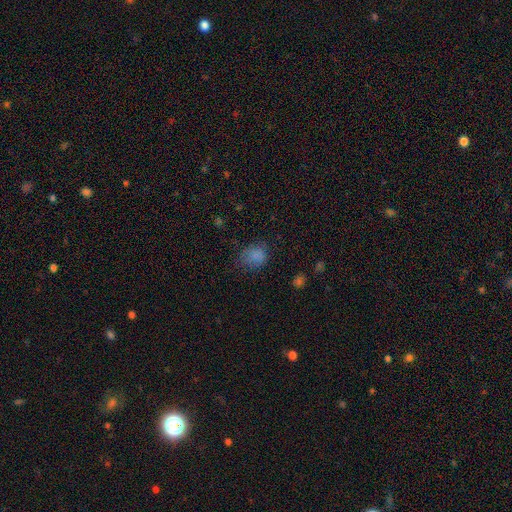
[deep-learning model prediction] The model was most divided on "how rounded": round: 59%, in between: 40%, cigar-shaped: 1%. More confident: smooth or featured — smooth (79%); merging — none (63%).